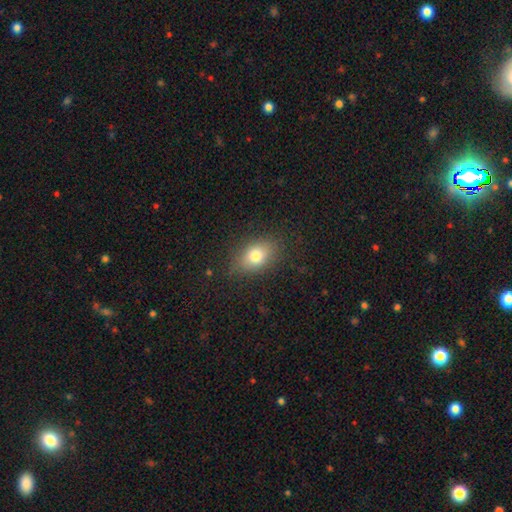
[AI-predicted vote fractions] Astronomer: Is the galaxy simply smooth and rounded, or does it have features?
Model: smooth — 77%.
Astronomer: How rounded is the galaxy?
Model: in between — 77%.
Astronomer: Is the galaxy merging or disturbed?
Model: none — 83%.